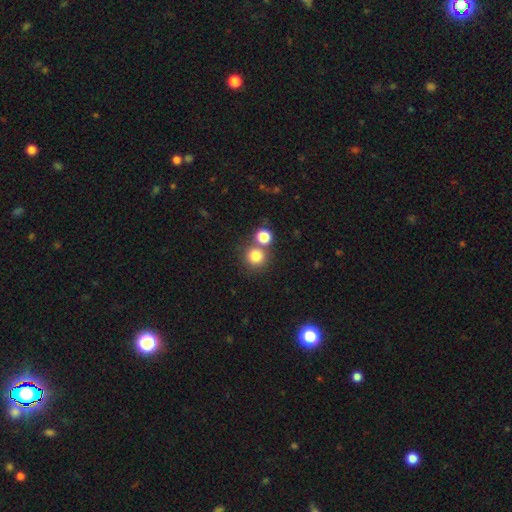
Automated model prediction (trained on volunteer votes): The model was most divided on "merging": none: 67%, merger: 23%, minor disturbance: 7%, major disturbance: 3%. More confident: how rounded — round (92%); smooth or featured — smooth (80%).